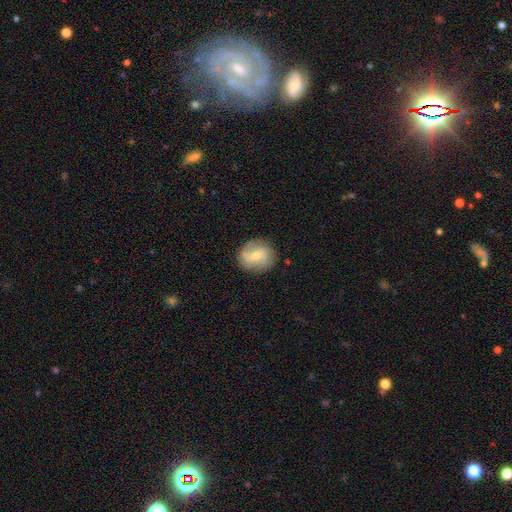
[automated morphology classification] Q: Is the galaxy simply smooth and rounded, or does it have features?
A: featured or disk — 66%.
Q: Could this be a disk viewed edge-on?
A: no — 97%.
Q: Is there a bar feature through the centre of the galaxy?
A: weak — 47%.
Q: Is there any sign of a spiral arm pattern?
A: yes — 90%.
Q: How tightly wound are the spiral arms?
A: medium — 45%.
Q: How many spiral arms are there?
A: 2 — 69%.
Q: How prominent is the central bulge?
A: moderate — 58%.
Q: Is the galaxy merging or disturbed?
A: none — 81%.